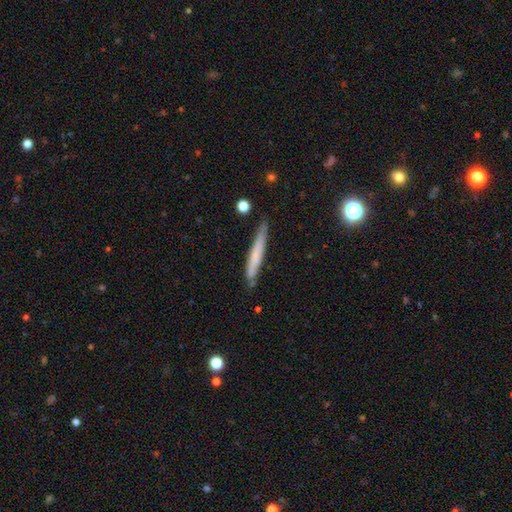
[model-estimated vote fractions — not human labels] Smooth or featured?
  - smooth: 61% *
  - featured or disk: 32%
  - star or artifact: 7%
How rounded?
  - cigar-shaped: 96% *
  - in between: 3%
  - round: 1%
Merging?
  - none: 80% *
  - minor disturbance: 15%
  - major disturbance: 2%
  - merger: 2%